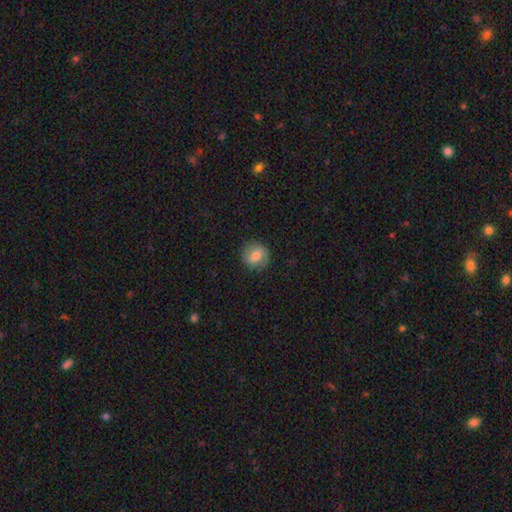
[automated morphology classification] Smooth or featured?
  - smooth: 69% *
  - featured or disk: 23%
  - star or artifact: 9%
How rounded?
  - round: 85% *
  - in between: 14%
  - cigar-shaped: 1%
Merging?
  - none: 84% *
  - minor disturbance: 11%
  - major disturbance: 4%
  - merger: 1%